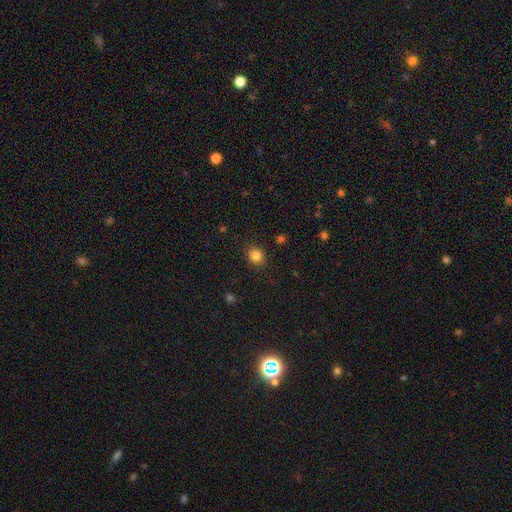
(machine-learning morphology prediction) A smooth galaxy with no disk features (83%) that is round (74%). Merging: none (88%).